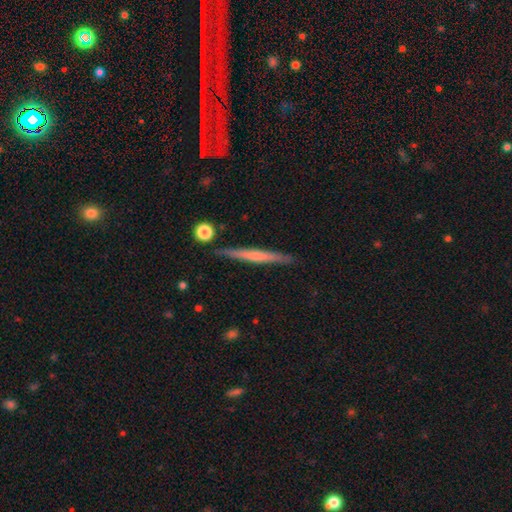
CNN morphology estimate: A featured or disk galaxy (50%).

Vote fractions:
- Smooth or featured? featured or disk: 50% / smooth: 44% / star or artifact: 6%
- Merging? none: 88% / minor disturbance: 8% / merger: 2% / major disturbance: 2%